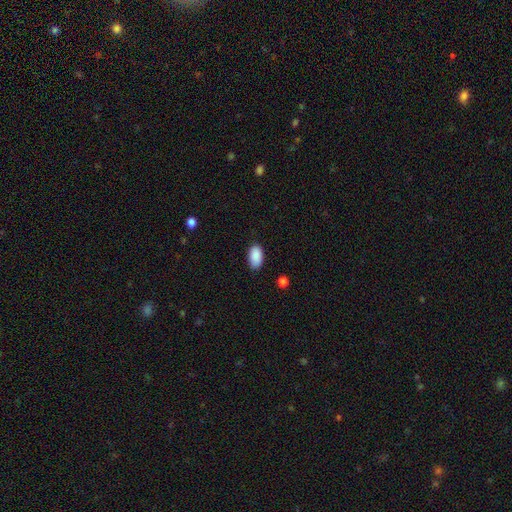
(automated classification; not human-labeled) A smooth galaxy with no disk features (90%) that is in between round and cigar-shaped (93%).

Vote fractions:
- Smooth or featured? smooth: 90% / star or artifact: 7% / featured or disk: 3%
- How rounded? in between: 93% / round: 5% / cigar-shaped: 2%
- Merging? none: 81% / minor disturbance: 15% / major disturbance: 3% / merger: 1%